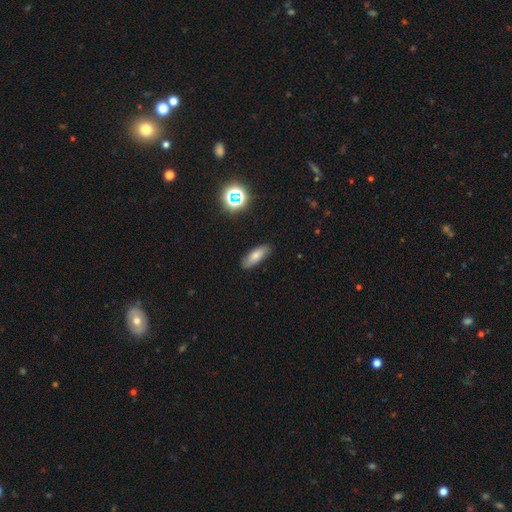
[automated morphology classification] type=smooth (73%); roundness=in between (69%); merging=none (84%).